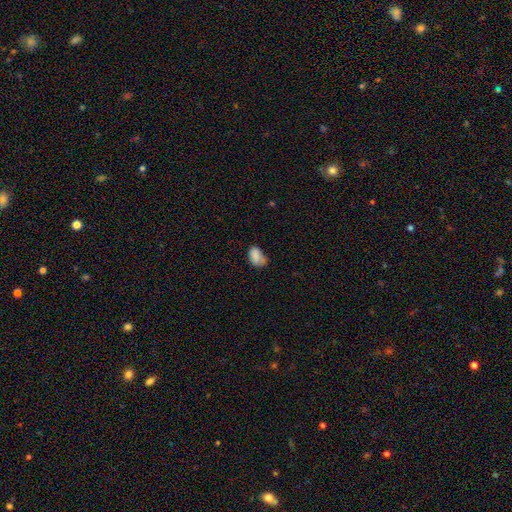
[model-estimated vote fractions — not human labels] A smooth galaxy with no disk features (81%) that is in between round and cigar-shaped (87%).

Vote fractions:
- Smooth or featured? smooth: 81% / featured or disk: 10% / star or artifact: 10%
- How rounded? in between: 87% / round: 11% / cigar-shaped: 2%
- Merging? none: 48% / minor disturbance: 33% / major disturbance: 11% / merger: 8%